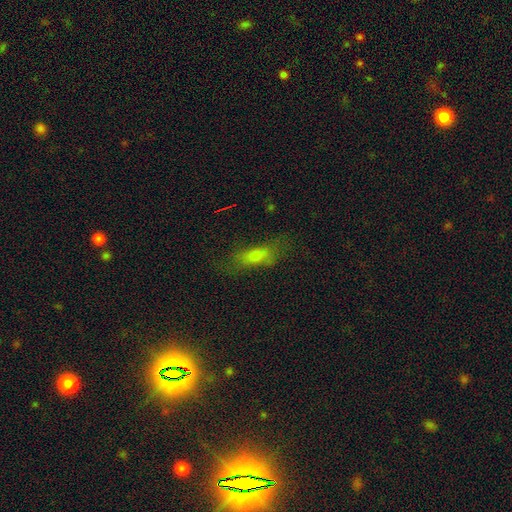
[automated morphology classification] A smooth galaxy with no disk features (63%) that is in between round and cigar-shaped (63%). Merging: none (56%).